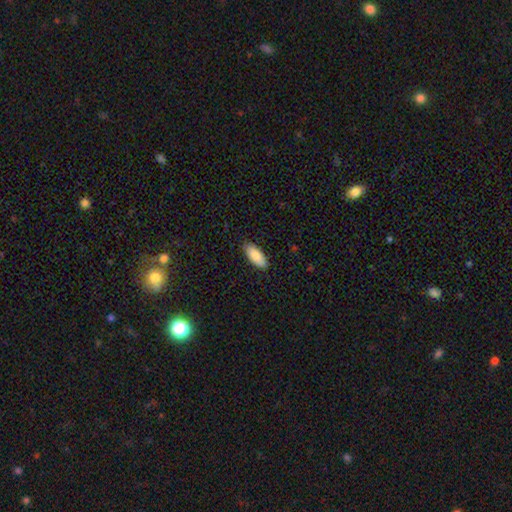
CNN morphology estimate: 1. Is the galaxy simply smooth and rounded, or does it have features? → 86% smooth, 9% featured or disk, 6% star or artifact.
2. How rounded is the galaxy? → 81% in between, 17% cigar-shaped, 2% round.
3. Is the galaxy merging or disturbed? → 89% none, 9% minor disturbance, 2% major disturbance, 1% merger.